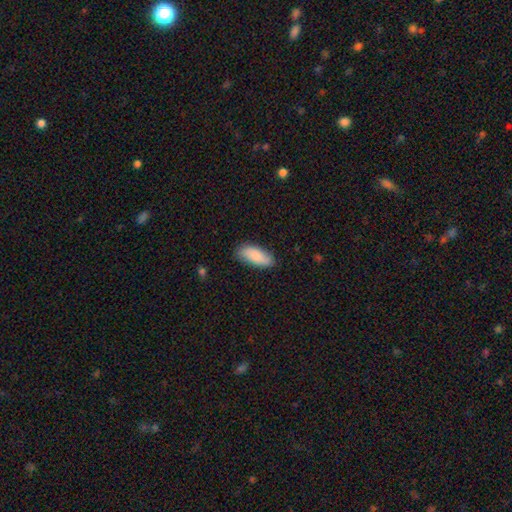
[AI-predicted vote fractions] Smooth or featured: smooth — 84% (featured or disk — 10%)
How rounded: in between — 80% (cigar-shaped — 18%)
Merging: none — 82% (minor disturbance — 14%)